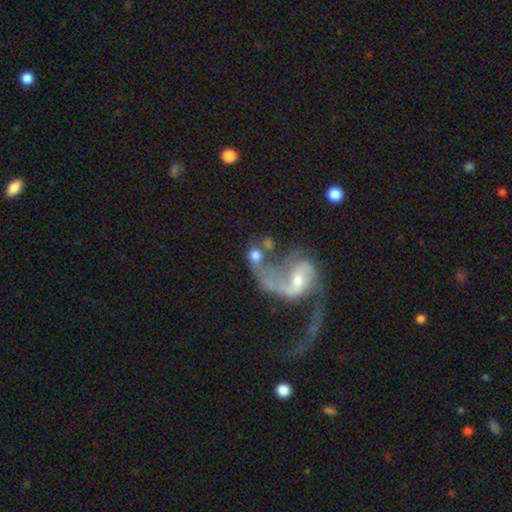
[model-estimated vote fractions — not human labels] A smooth galaxy with no disk features (51%) that is round (63%).

Vote fractions:
- Smooth or featured? smooth: 51% / featured or disk: 39% / star or artifact: 10%
- How rounded? round: 63% / in between: 34% / cigar-shaped: 3%
- Merging? merger: 48% / none: 25% / major disturbance: 16% / minor disturbance: 11%